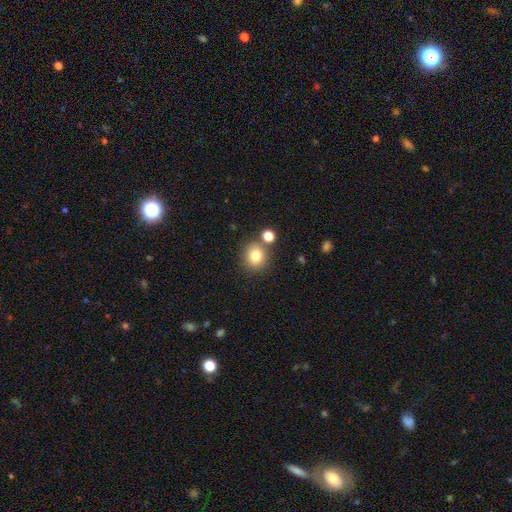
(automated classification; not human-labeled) Smooth or featured? Predicted: smooth (p=0.80). How rounded? Predicted: round (p=0.87). Merging? Predicted: none (p=0.77).